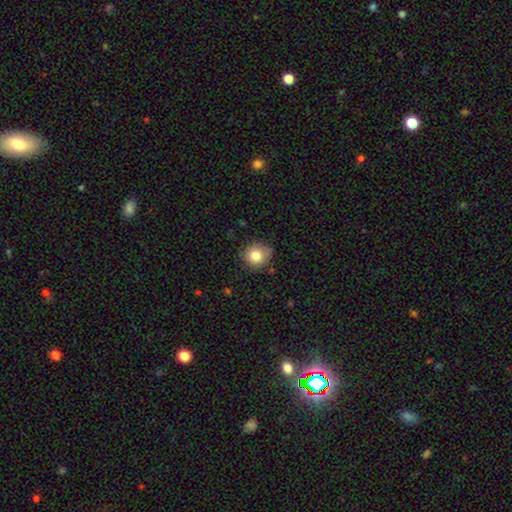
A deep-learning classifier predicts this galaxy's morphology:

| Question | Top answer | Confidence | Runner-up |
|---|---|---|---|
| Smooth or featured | smooth | 81% | star or artifact (10%) |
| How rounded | round | 86% | in between (13%) |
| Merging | none | 78% | minor disturbance (17%) |